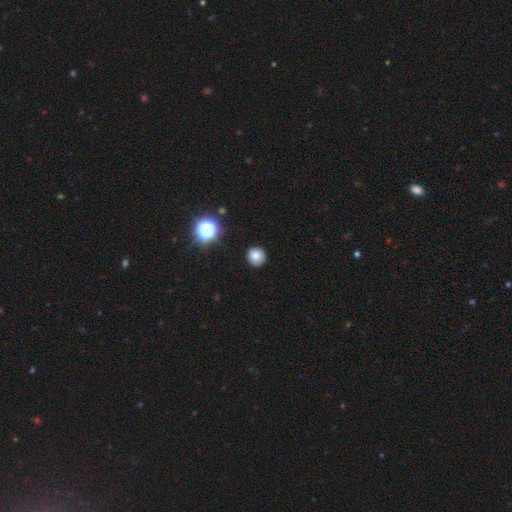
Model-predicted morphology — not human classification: Overall: smooth (81%). How rounded: round (89%). Merging: none (89%).